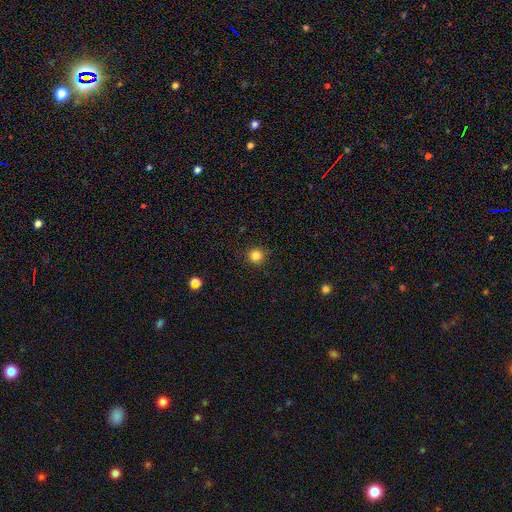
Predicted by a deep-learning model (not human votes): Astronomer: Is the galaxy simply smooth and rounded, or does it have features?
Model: smooth — 83%.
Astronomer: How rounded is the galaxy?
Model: round — 94%.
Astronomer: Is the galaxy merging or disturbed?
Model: none — 91%.